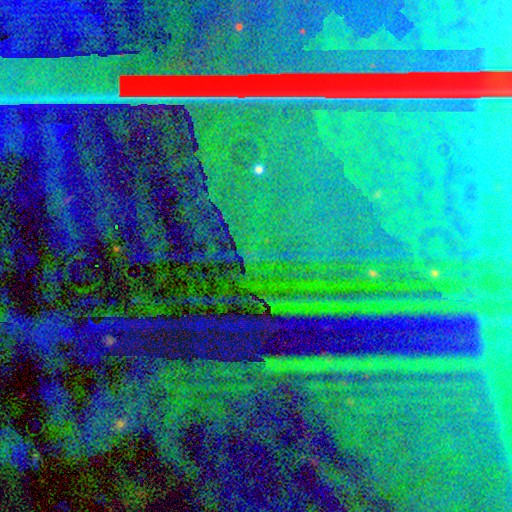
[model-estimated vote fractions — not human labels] A star or artifact, not a galaxy (89%).